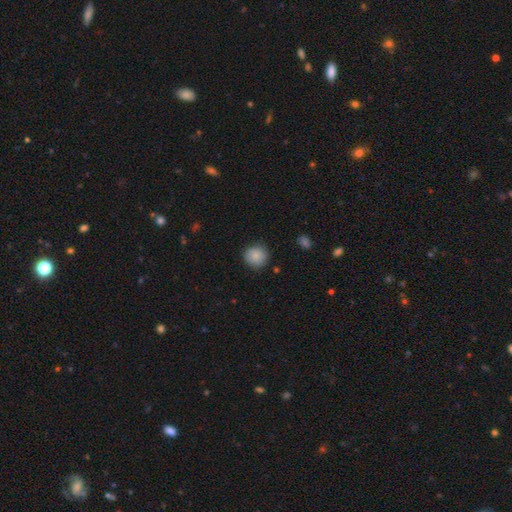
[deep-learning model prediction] A smooth galaxy with no disk features (85%) that is round (90%).

Vote fractions:
- Smooth or featured? smooth: 85% / star or artifact: 8% / featured or disk: 7%
- How rounded? round: 90% / in between: 9% / cigar-shaped: 1%
- Merging? none: 84% / minor disturbance: 12% / major disturbance: 3% / merger: 1%